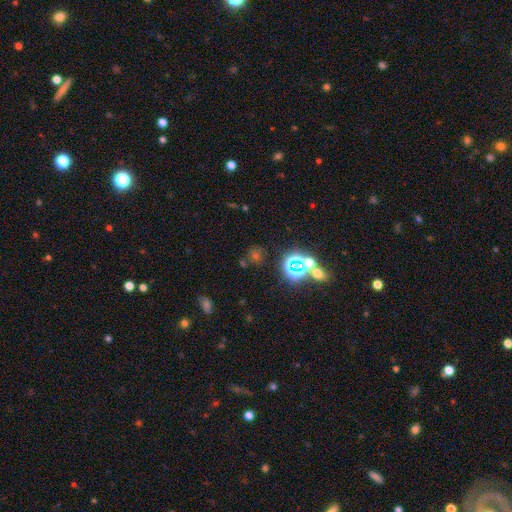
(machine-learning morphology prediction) The model was most divided on "smooth or featured": star or artifact: 59%, smooth: 32%, featured or disk: 10%.